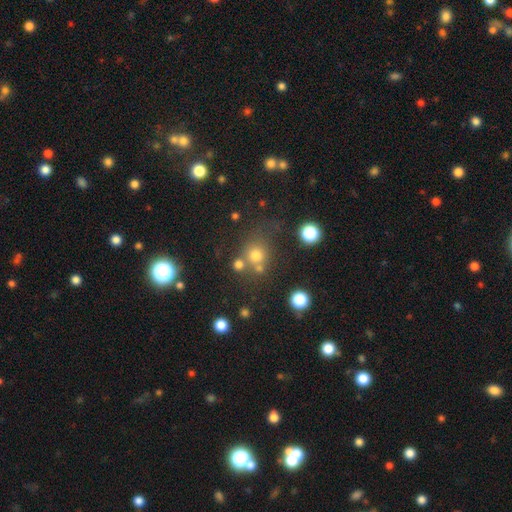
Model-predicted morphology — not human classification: Q: Smooth or featured?
A: smooth (68%); runner-up: star or artifact (22%)
Q: How rounded?
A: round (86%); runner-up: in between (13%)
Q: Merging?
A: none (61%); runner-up: merger (22%)